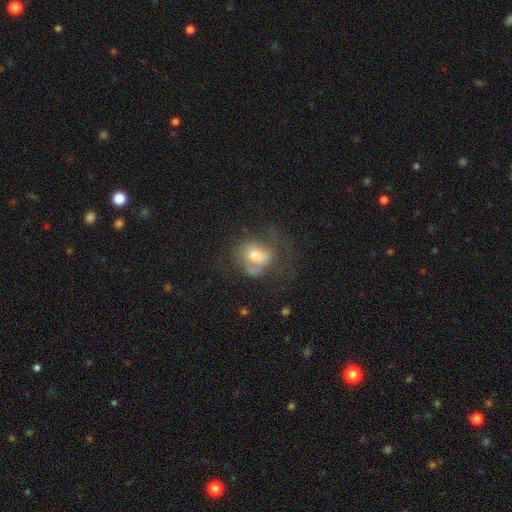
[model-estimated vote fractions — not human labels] This is possibly a smooth galaxy (54%). How rounded: possibly in between (54%). Merging: marginally none (33%).